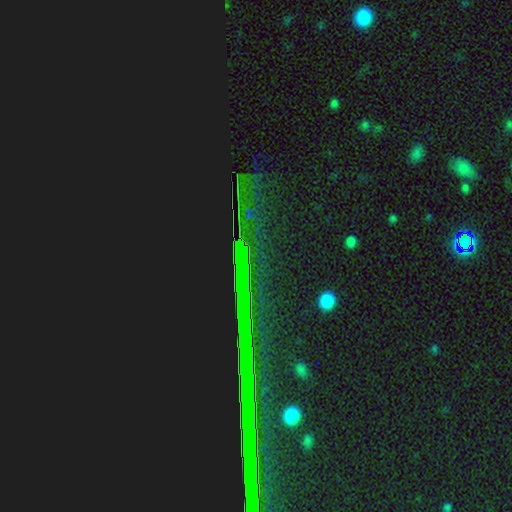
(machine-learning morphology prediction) Smooth or featured? star or artifact (83%)